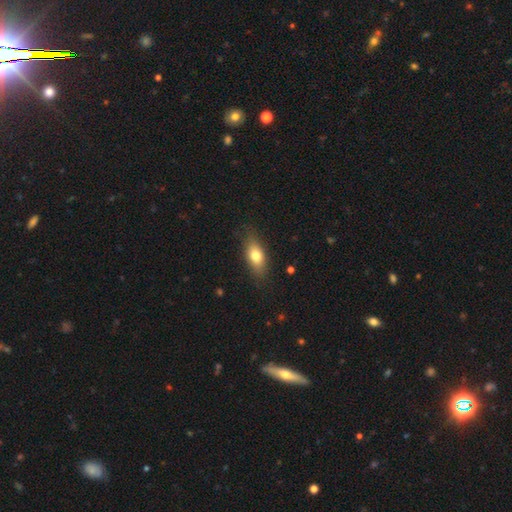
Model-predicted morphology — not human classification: This appears to be a smooth galaxy with no disk features (74%) that is in between round and cigar-shaped (78%). Merging: none (81%).